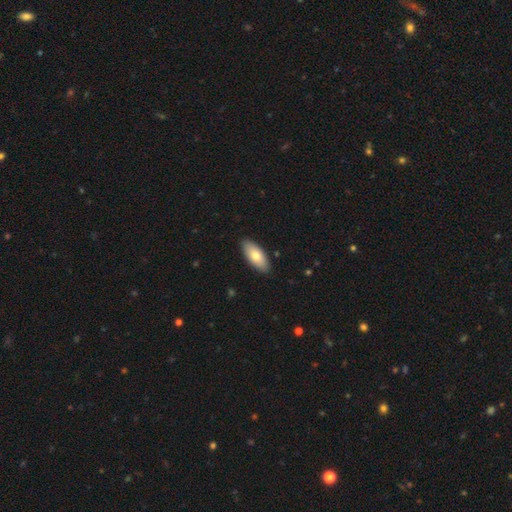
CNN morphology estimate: smooth-or-featured: smooth: 76% | featured or disk: 18% | star or artifact: 5%
  how-rounded: in between: 86% | cigar-shaped: 12% | round: 2%
  merging: none: 89% | minor disturbance: 8% | major disturbance: 2% | merger: 1%